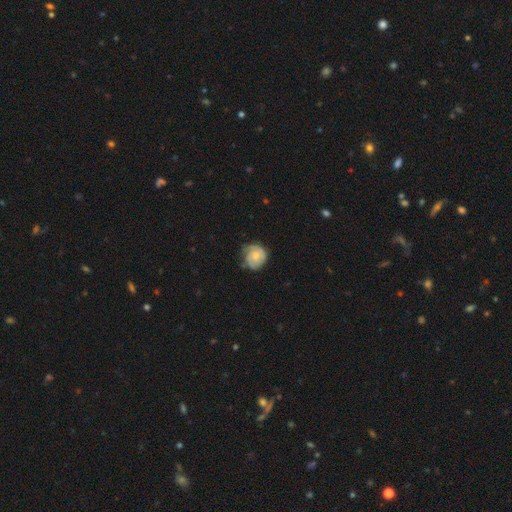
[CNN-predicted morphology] smooth_or_featured: featured or disk (p=0.54) [alt: smooth p=0.40]
disk_edge_on: no (p=0.98) [alt: yes p=0.02]
bar: no (p=0.74) [alt: weak p=0.23]
has_spiral_arms: yes (p=0.84) [alt: no p=0.16]
bulge_size: small (p=0.48) [alt: moderate p=0.40]
merging: none (p=0.59) [alt: minor disturbance p=0.30]